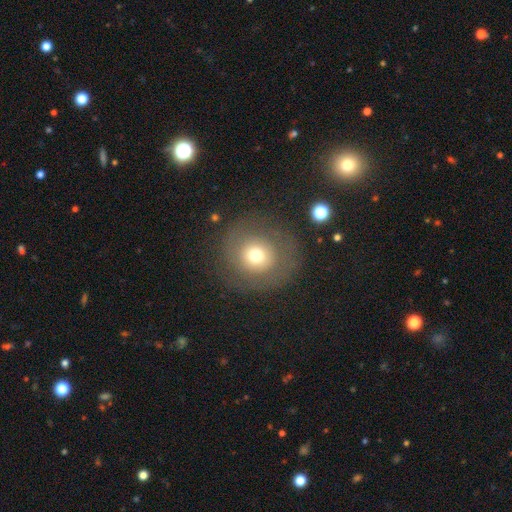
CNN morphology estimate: smooth 59%, featured or disk 28%, star or artifact 14%. Down the decision tree: how rounded — round (91%); merging — none (77%).